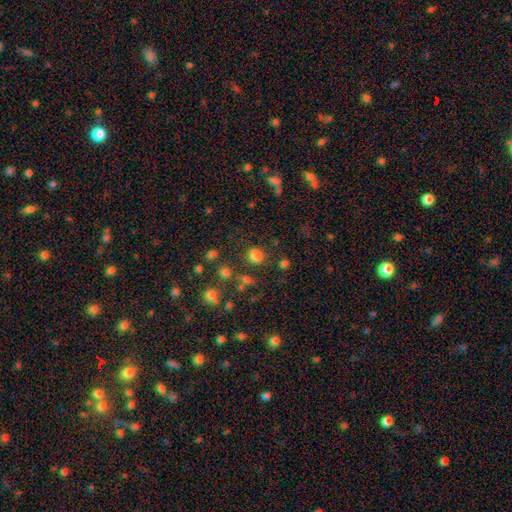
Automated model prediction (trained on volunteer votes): This is likely a smooth galaxy (77%). How rounded: likely round (71%). Merging: likely none (75%).